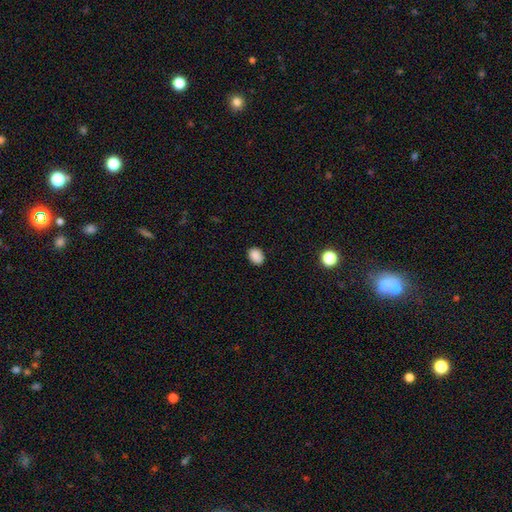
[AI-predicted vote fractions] smooth 88%, star or artifact 9%, featured or disk 3%. Down the decision tree: how rounded — in between (70%); merging — none (87%).